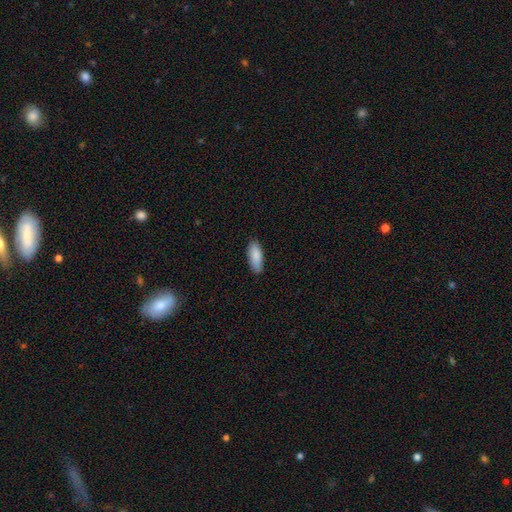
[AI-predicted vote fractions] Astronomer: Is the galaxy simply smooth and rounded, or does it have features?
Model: smooth — 89%.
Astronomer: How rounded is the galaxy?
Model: in between — 75%.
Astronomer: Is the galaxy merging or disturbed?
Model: none — 86%.